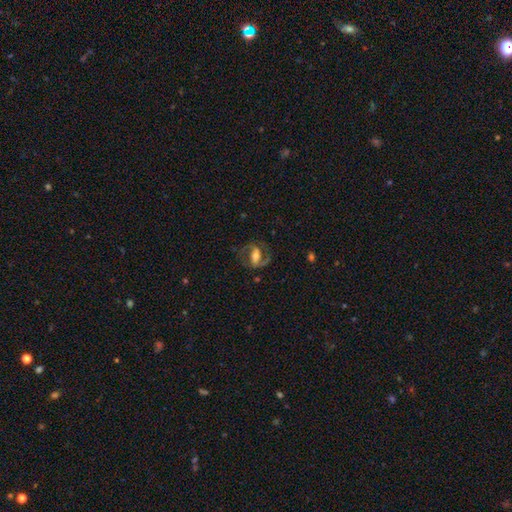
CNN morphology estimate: featured or disk 76%, smooth 17%, star or artifact 6%. Down the decision tree: edge-on disk — no (95%); bar — strong (46%); spiral arms — yes (89%); spiral arm count — 2 (88%); spiral winding — medium (56%); bulge size — moderate (57%); merging — none (70%).